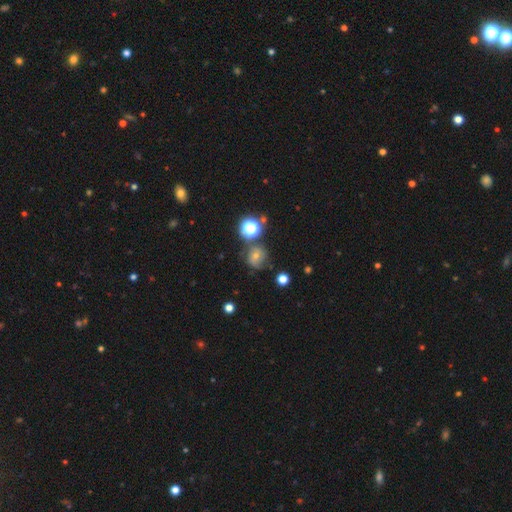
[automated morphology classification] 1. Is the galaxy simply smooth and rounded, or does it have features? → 38% star or artifact, 32% smooth, 29% featured or disk.